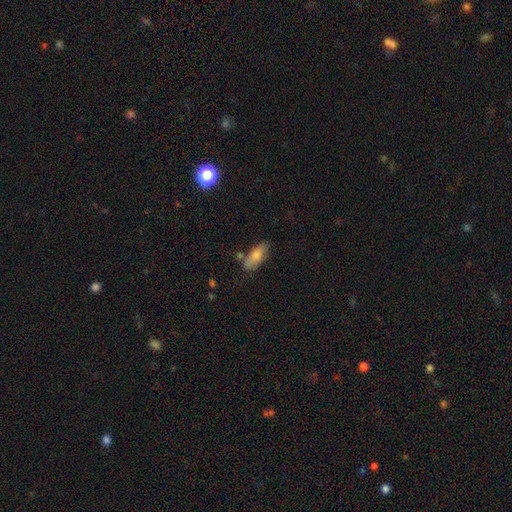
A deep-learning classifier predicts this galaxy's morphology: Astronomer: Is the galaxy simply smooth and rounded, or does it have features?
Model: smooth — 78%.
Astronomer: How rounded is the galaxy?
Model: in between — 79%.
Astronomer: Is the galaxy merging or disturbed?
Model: none — 64%.